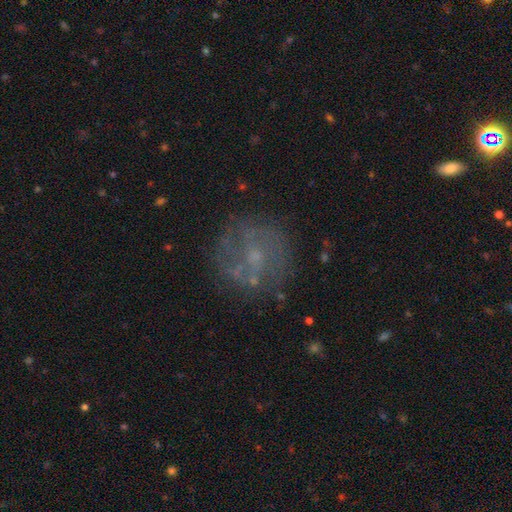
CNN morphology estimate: smooth_or_featured: featured or disk (p=0.57) [alt: smooth p=0.27]
disk_edge_on: no (p=0.97) [alt: yes p=0.03]
bar: no (p=0.63) [alt: weak p=0.31]
has_spiral_arms: yes (p=0.56) [alt: no p=0.44]
bulge_size: small (p=0.59) [alt: none p=0.21]
merging: none (p=0.73) [alt: minor disturbance p=0.15]